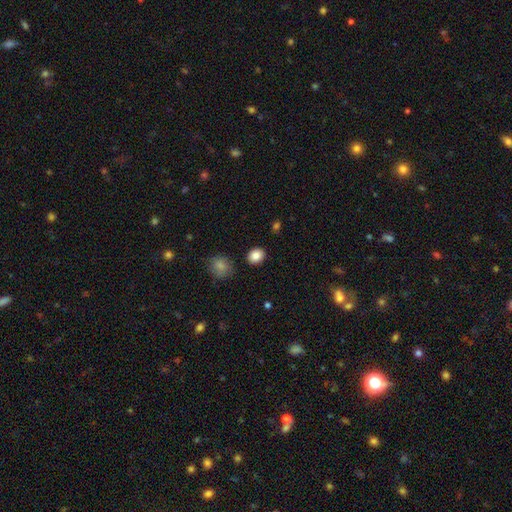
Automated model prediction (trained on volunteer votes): Q: Smooth or featured?
A: smooth (86%); runner-up: star or artifact (9%)
Q: How rounded?
A: round (58%); runner-up: in between (41%)
Q: Merging?
A: none (88%); runner-up: minor disturbance (8%)